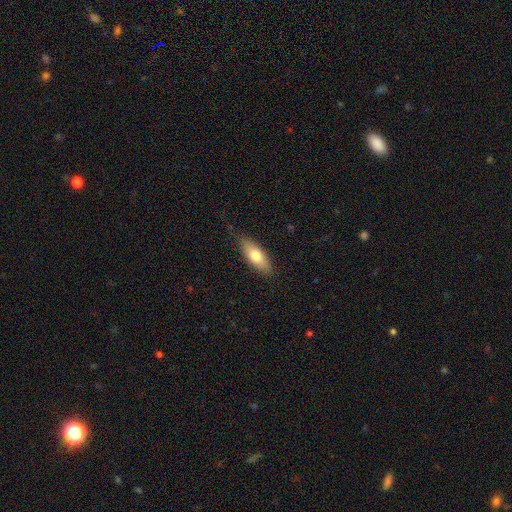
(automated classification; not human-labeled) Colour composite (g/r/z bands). It shows a smooth galaxy with no disk features (72%) that is in between round and cigar-shaped (75%). Merging: none (80%).